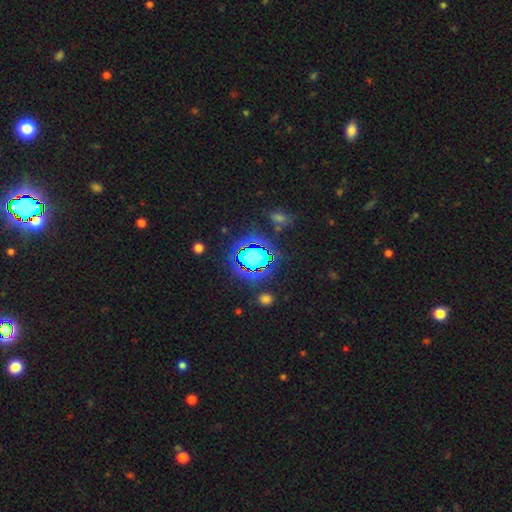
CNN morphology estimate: type=star or artifact (76%).